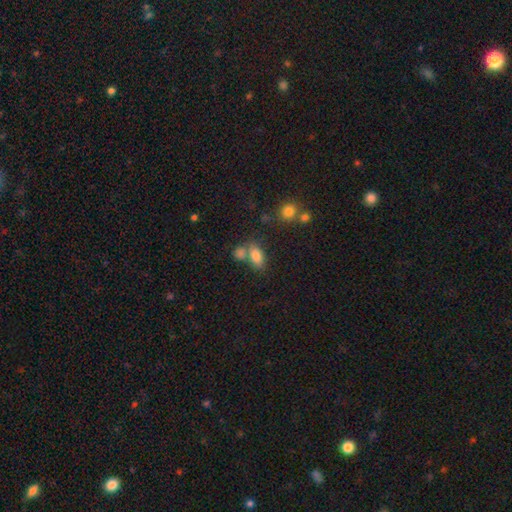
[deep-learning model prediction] smooth_or_featured: smooth (p=0.81) [alt: star or artifact p=0.10]
how_rounded: in between (p=0.88) [alt: round p=0.09]
merging: none (p=0.48) [alt: merger p=0.34]